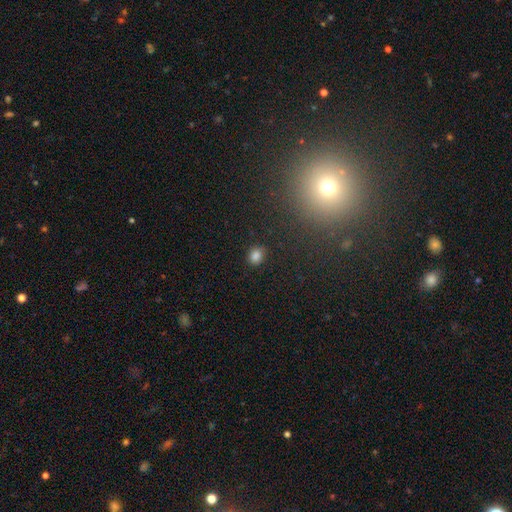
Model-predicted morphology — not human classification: This is clearly a smooth galaxy (82%). How rounded: likely round (67%). Merging: clearly none (86%).